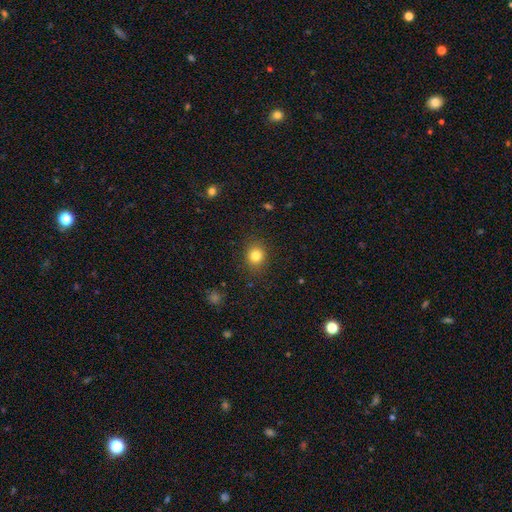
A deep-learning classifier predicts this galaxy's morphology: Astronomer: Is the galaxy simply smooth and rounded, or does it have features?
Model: smooth — 82%.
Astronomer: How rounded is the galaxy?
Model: round — 76%.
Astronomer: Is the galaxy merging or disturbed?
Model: none — 88%.